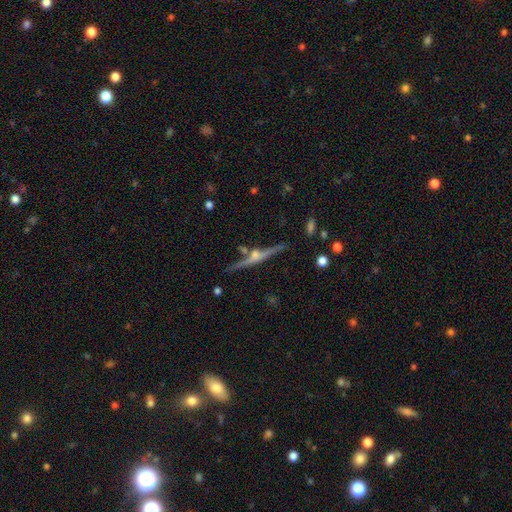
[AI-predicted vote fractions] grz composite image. It shows a featured or disk galaxy (84%) viewed edge-on (98%) with a rounded central bulge (89%). Merging: none (84%).